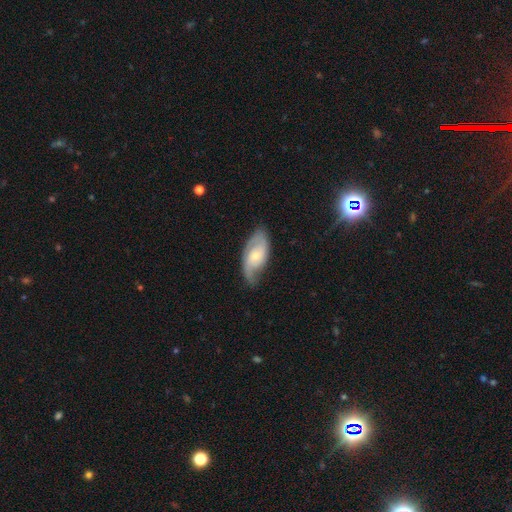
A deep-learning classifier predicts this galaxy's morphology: Smooth or featured: featured or disk — 72% (smooth — 22%)
Edge-on disk: no — 94% (yes — 6%)
Bar: no — 57% (weak — 36%)
Spiral arms: yes — 92% (no — 8%)
Spiral winding: medium — 46% (tight — 30%)
Spiral arm count: 2 — 78% (can't tell — 12%)
Bulge size: small — 53% (moderate — 40%)
Merging: none — 70% (minor disturbance — 21%)